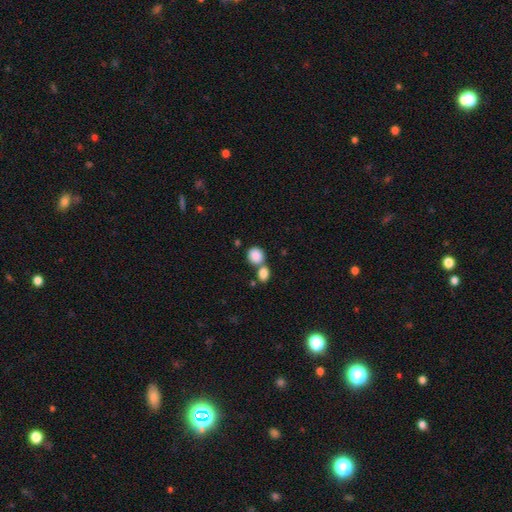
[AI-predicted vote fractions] smooth 87%, star or artifact 8%, featured or disk 6%. Down the decision tree: how rounded — round (72%); merging — none (45%).